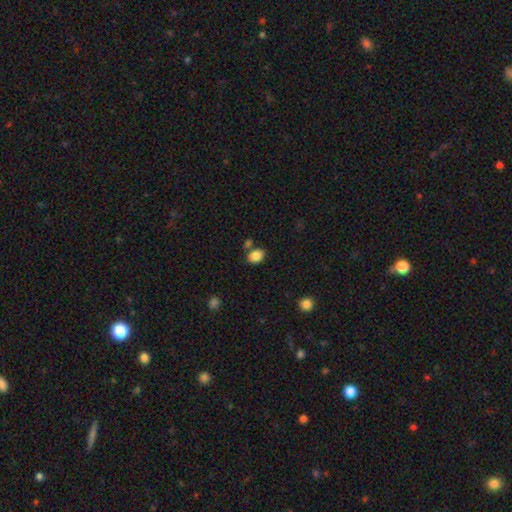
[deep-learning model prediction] Q: Smooth or featured?
A: smooth (86%); runner-up: star or artifact (9%)
Q: How rounded?
A: in between (69%); runner-up: round (30%)
Q: Merging?
A: none (69%); runner-up: merger (14%)